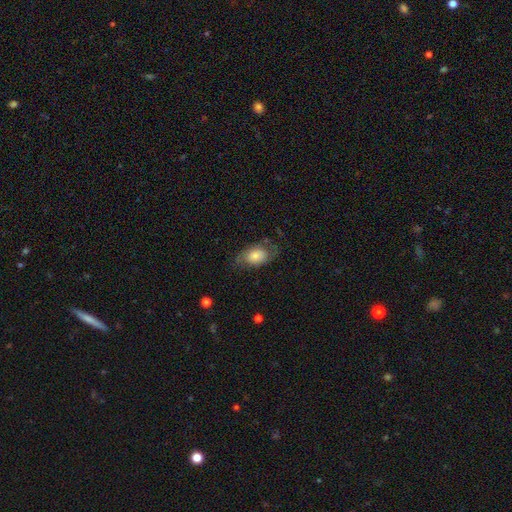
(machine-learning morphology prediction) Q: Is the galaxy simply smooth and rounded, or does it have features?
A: smooth — 63%.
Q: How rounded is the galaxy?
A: in between — 84%.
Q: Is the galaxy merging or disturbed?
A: none — 60%.